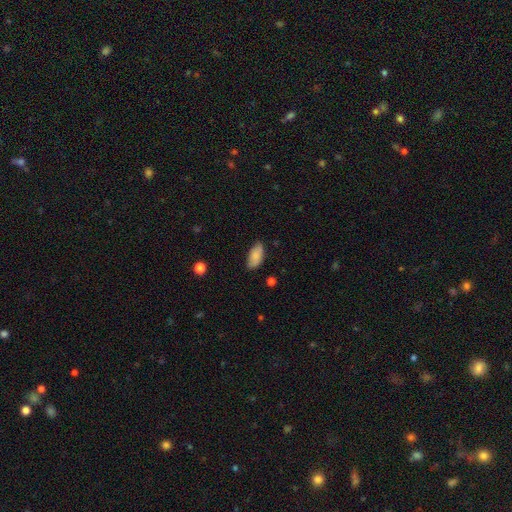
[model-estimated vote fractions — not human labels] smooth_or_featured: smooth (p=0.81) [alt: featured or disk p=0.11]
how_rounded: in between (p=0.92) [alt: cigar-shaped p=0.06]
merging: none (p=0.72) [alt: minor disturbance p=0.22]